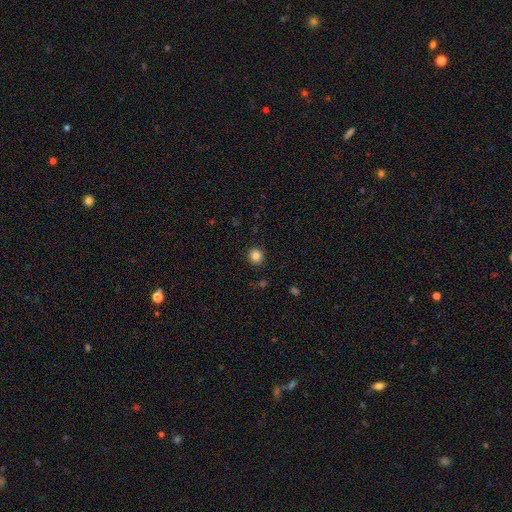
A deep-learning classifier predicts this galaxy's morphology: smooth 84%, star or artifact 11%, featured or disk 5%. Down the decision tree: how rounded — round (91%); merging — none (91%).